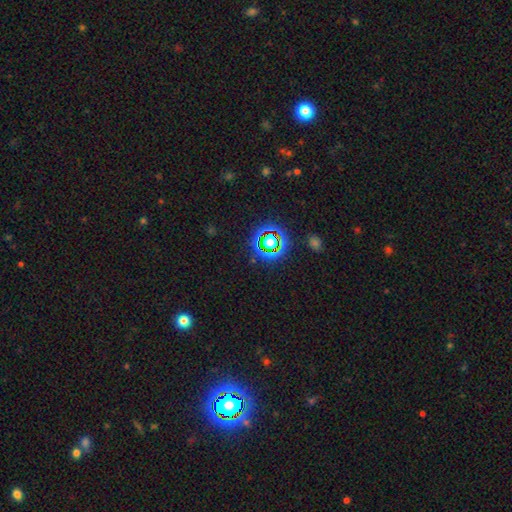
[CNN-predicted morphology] smooth-or-featured: star or artifact: 65% | smooth: 26% | featured or disk: 9%